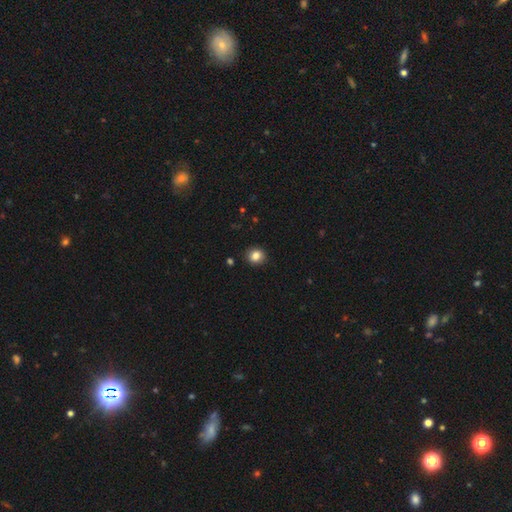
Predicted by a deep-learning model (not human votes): Q: Smooth or featured?
A: smooth (84%); runner-up: star or artifact (10%)
Q: How rounded?
A: round (77%); runner-up: in between (22%)
Q: Merging?
A: none (90%); runner-up: minor disturbance (7%)